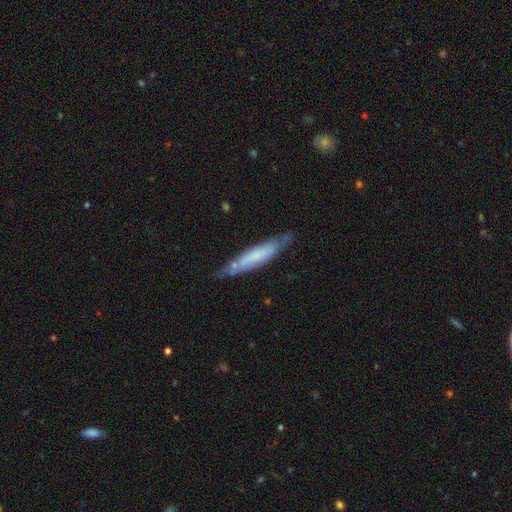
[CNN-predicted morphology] Smooth or featured? smooth (51%)
How rounded? cigar-shaped (86%)
Merging? none (71%)